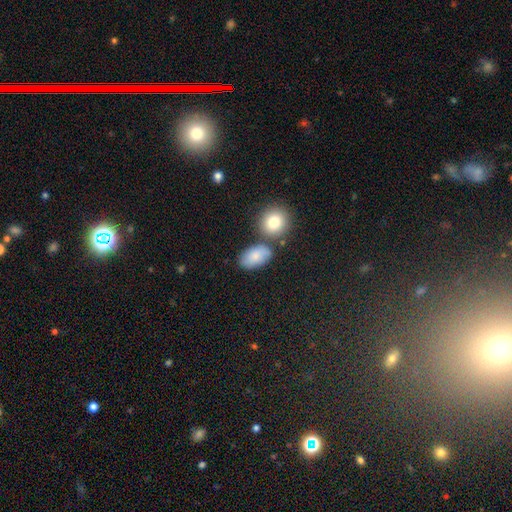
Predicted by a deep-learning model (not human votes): Q: Smooth or featured?
A: smooth (79%); runner-up: featured or disk (13%)
Q: How rounded?
A: in between (86%); runner-up: round (12%)
Q: Merging?
A: none (65%); runner-up: minor disturbance (17%)